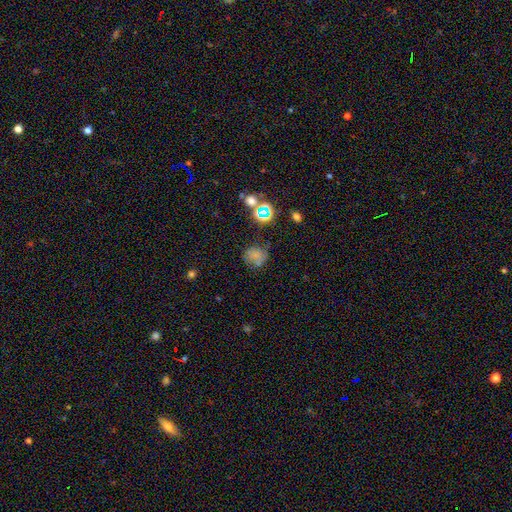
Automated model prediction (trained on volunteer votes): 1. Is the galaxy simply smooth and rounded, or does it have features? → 62% smooth, 24% star or artifact, 14% featured or disk.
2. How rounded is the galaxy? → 74% round, 25% in between, 1% cigar-shaped.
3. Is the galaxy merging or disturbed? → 58% none, 22% minor disturbance, 11% major disturbance, 9% merger.